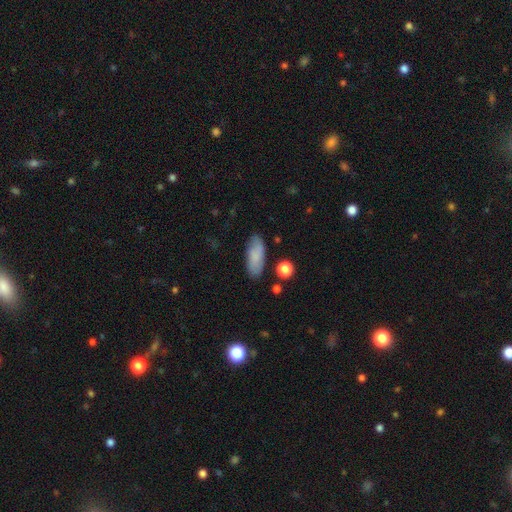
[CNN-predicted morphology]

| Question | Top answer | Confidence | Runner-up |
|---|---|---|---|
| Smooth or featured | smooth | 79% | featured or disk (14%) |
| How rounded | in between | 78% | cigar-shaped (19%) |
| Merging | none | 81% | minor disturbance (13%) |